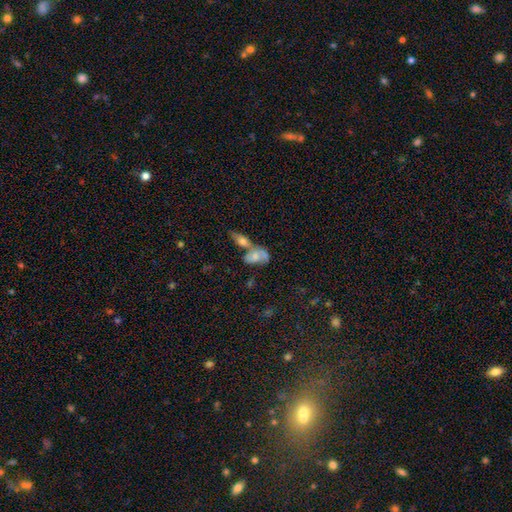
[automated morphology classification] smooth_or_featured: smooth (p=0.49) [alt: featured or disk p=0.41]
merging: merger (p=0.59) [alt: none p=0.22]